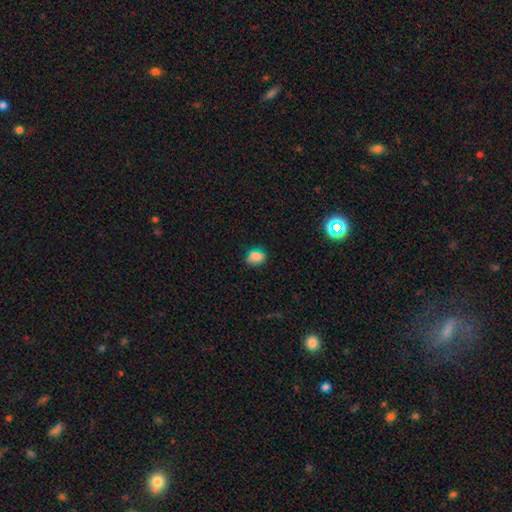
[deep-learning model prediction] Smooth or featured? smooth (79%)
How rounded? in between (62%)
Merging? none (72%)